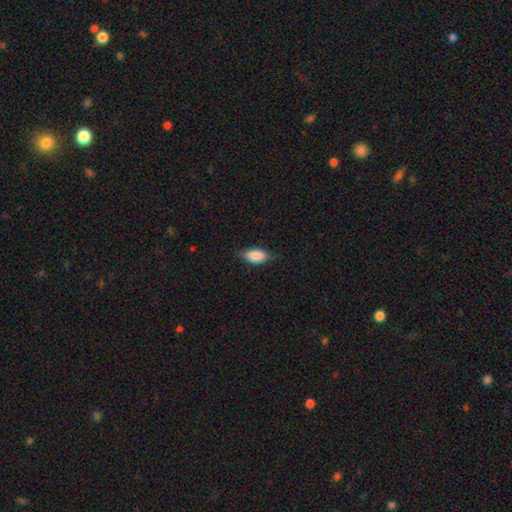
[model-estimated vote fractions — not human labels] Overall: smooth (87%). How rounded: in between (90%). Merging: none (77%).